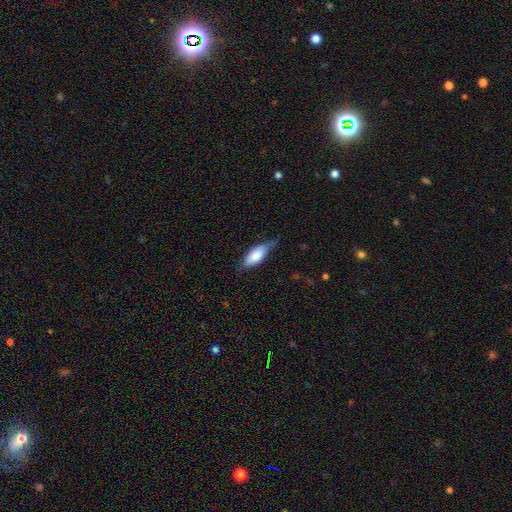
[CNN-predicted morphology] Smooth or featured: smooth — 76% (featured or disk — 18%)
How rounded: in between — 79% (cigar-shaped — 19%)
Merging: none — 52% (minor disturbance — 37%)